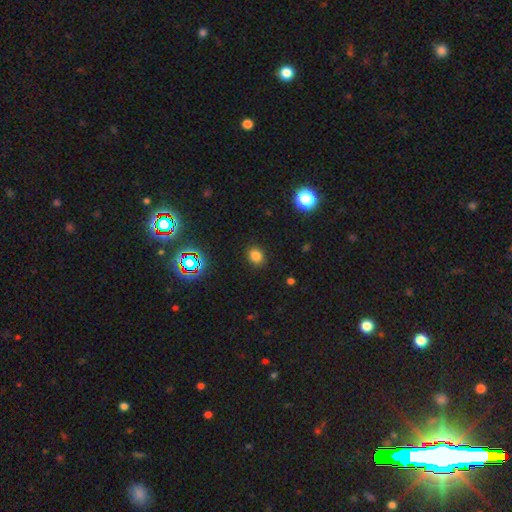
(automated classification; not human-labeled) Smooth or featured? Predicted: smooth (p=0.76). How rounded? Predicted: round (p=0.66). Merging? Predicted: none (p=0.88).